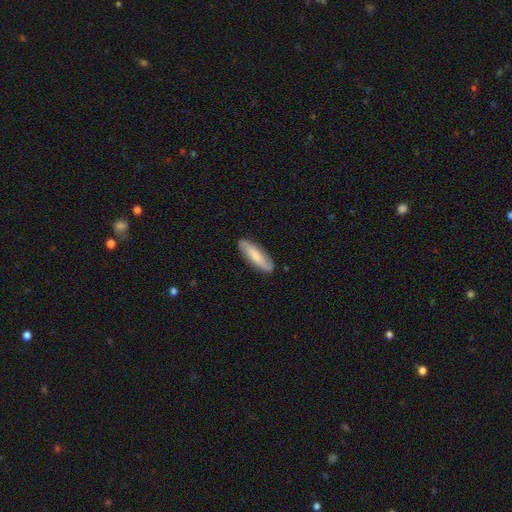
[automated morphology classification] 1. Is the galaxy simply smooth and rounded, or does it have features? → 72% smooth, 23% featured or disk, 5% star or artifact.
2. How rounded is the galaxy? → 60% cigar-shaped, 39% in between, 2% round.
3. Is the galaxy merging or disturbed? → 86% none, 10% minor disturbance, 2% major disturbance, 1% merger.